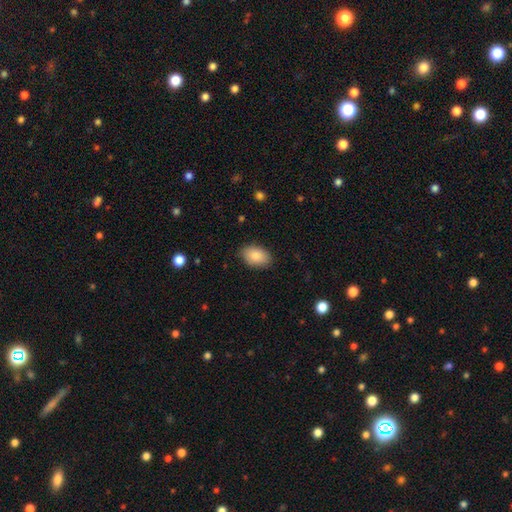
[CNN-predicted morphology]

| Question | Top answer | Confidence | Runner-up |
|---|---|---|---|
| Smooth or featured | smooth | 86% | featured or disk (8%) |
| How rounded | in between | 91% | round (8%) |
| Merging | none | 86% | minor disturbance (11%) |